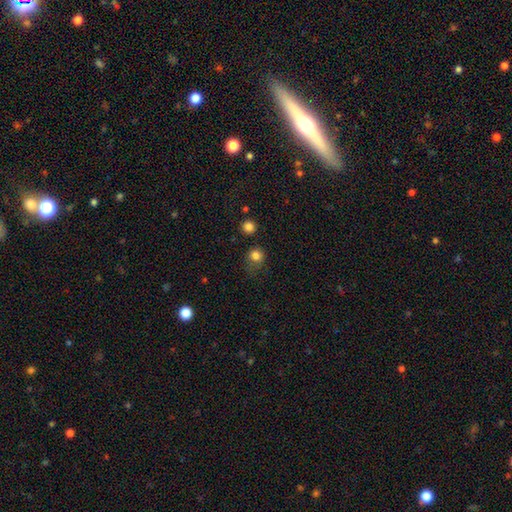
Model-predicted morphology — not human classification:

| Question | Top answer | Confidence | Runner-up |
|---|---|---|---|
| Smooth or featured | smooth | 80% | star or artifact (14%) |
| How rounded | round | 84% | in between (15%) |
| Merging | none | 62% | minor disturbance (23%) |